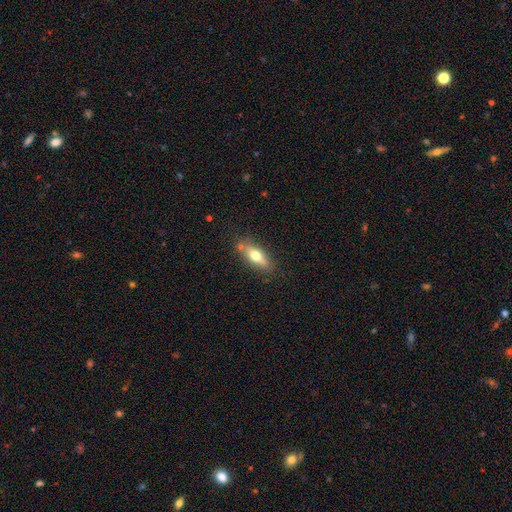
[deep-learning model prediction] Smooth or featured? Predicted: smooth (p=0.62). How rounded? Predicted: in between (p=0.64). Merging? Predicted: none (p=0.77).